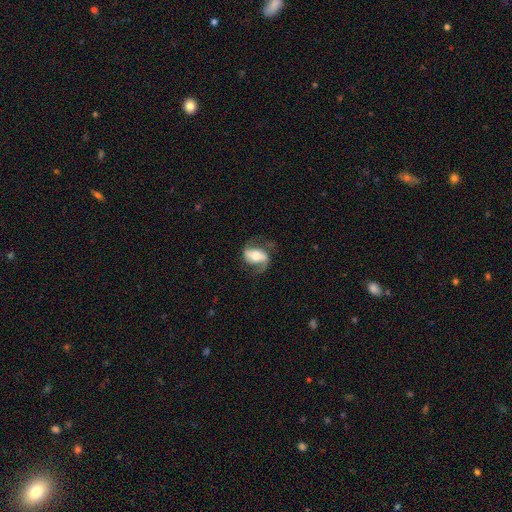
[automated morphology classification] Smooth or featured? featured or disk (74%)
Edge-on disk? no (95%)
Bar? strong (37%)
Spiral arms? yes (90%)
Spiral winding? loose (43%)
Spiral arm count? 2 (88%)
Bulge size? moderate (59%)
Merging? none (68%)